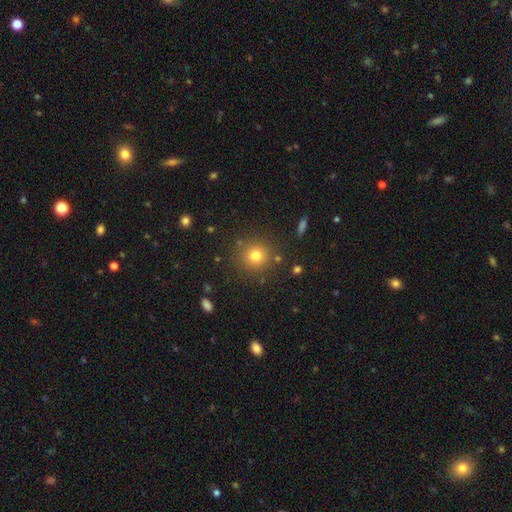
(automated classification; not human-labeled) The model was most divided on "smooth or featured": smooth: 77%, star or artifact: 15%, featured or disk: 8%. More confident: how rounded — round (92%); merging — none (86%).